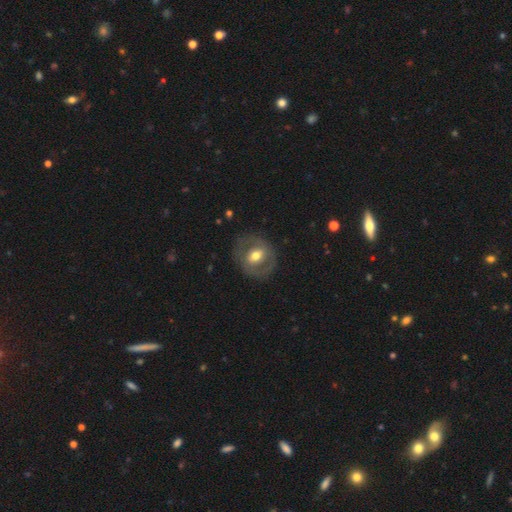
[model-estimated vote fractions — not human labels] Smooth or featured? featured or disk (54%)
Edge-on disk? no (95%)
Bar? no (39%)
Spiral arms? no (66%)
Bulge size? moderate (73%)
Merging? none (77%)